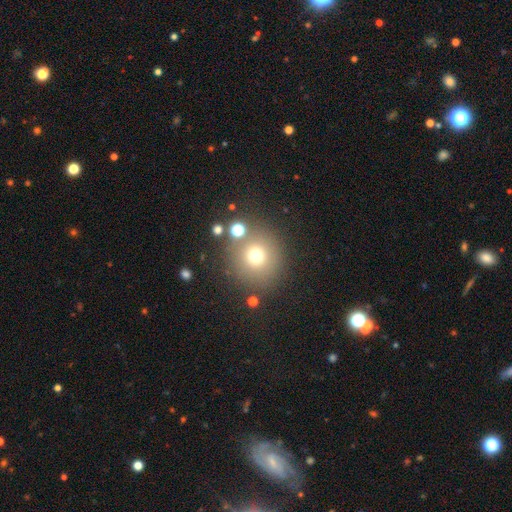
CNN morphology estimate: Smooth or featured? Predicted: smooth (p=0.70). How rounded? Predicted: round (p=0.93). Merging? Predicted: none (p=0.80).